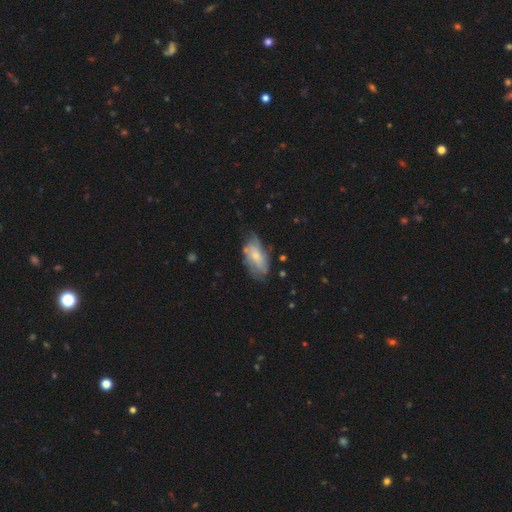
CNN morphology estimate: Smooth or featured? smooth (50%)
How rounded? in between (90%)
Merging? none (53%)